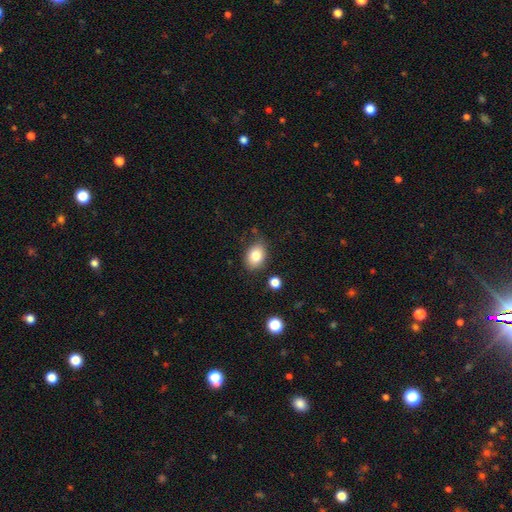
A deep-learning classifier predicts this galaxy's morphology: Smooth or featured: smooth — 83% (star or artifact — 9%)
How rounded: in between — 72% (round — 27%)
Merging: none — 76% (minor disturbance — 17%)